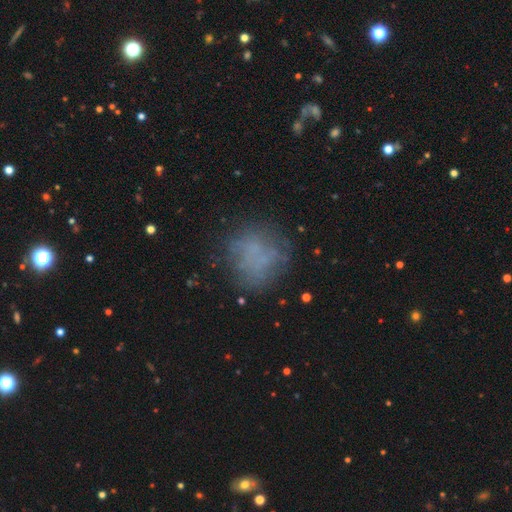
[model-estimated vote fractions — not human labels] A smooth galaxy with no disk features (53%) that is round (81%). Merging: none (66%).